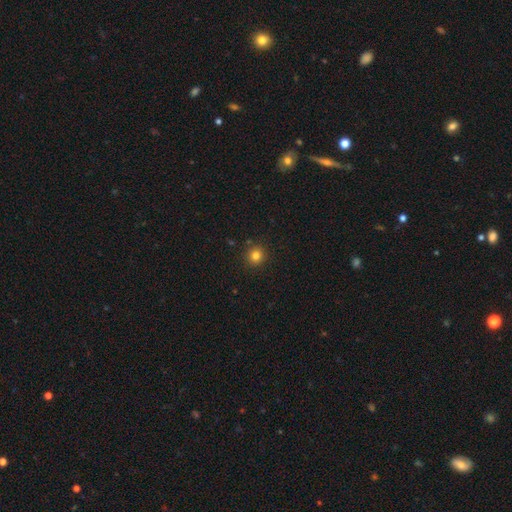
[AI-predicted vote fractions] A smooth galaxy with no disk features (81%) that is round (93%). Merging: none (90%).